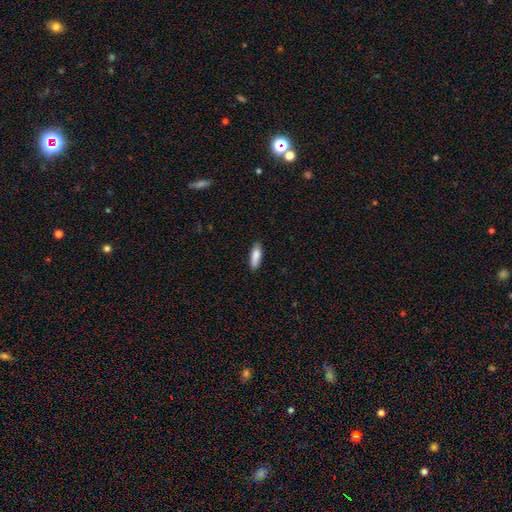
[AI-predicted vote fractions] Smooth or featured: smooth — 85% (featured or disk — 8%)
How rounded: in between — 55% (cigar-shaped — 44%)
Merging: none — 82% (minor disturbance — 14%)